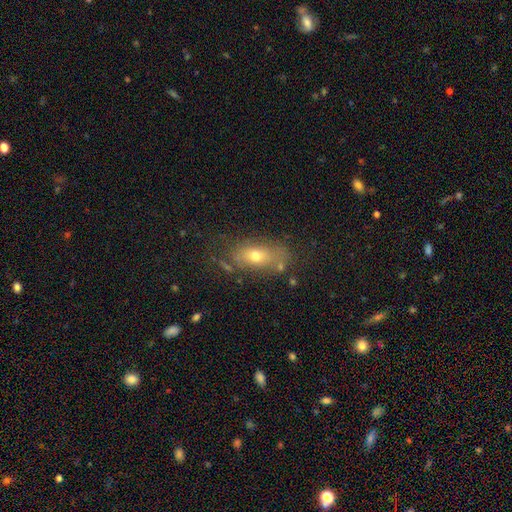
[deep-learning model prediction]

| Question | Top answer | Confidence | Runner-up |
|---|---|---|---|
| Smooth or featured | smooth | 65% | featured or disk (24%) |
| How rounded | in between | 81% | round (12%) |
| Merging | none | 62% | minor disturbance (21%) |